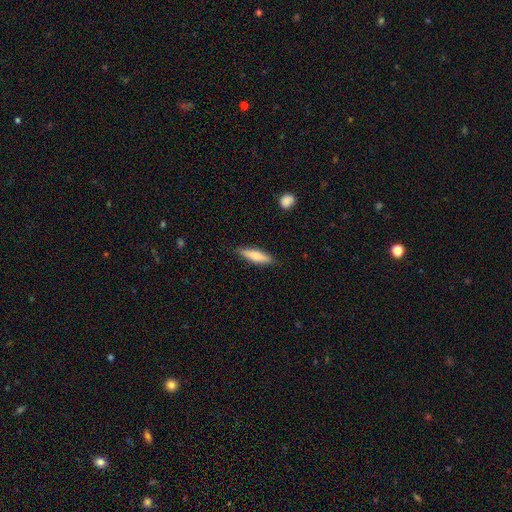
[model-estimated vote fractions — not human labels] Smooth or featured? Predicted: smooth (p=0.74). How rounded? Predicted: cigar-shaped (p=0.69). Merging? Predicted: none (p=0.86).